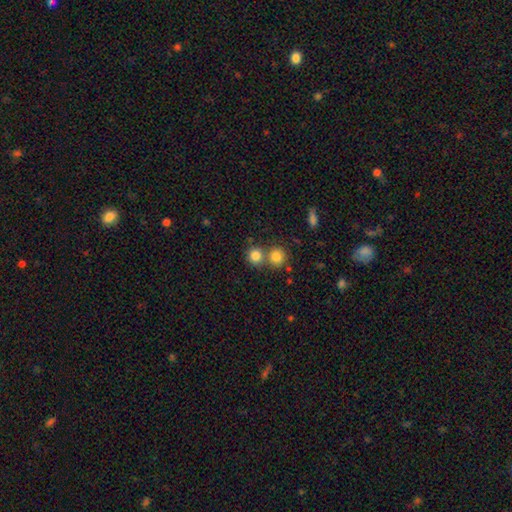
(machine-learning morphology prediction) Smooth or featured? smooth (82%)
How rounded? round (89%)
Merging? none (58%)